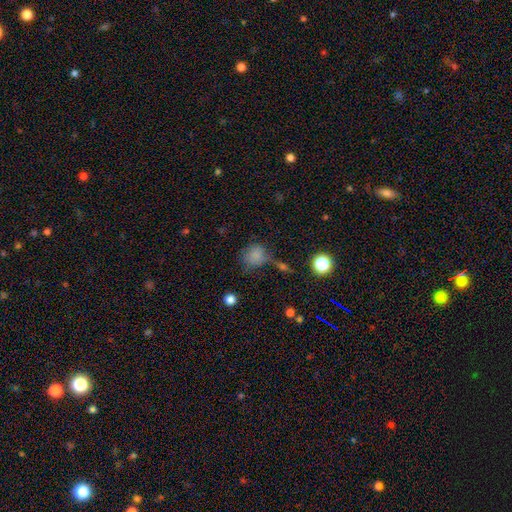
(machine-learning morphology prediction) This is likely a smooth galaxy (77%). How rounded: likely round (78%). Merging: possibly none (51%).